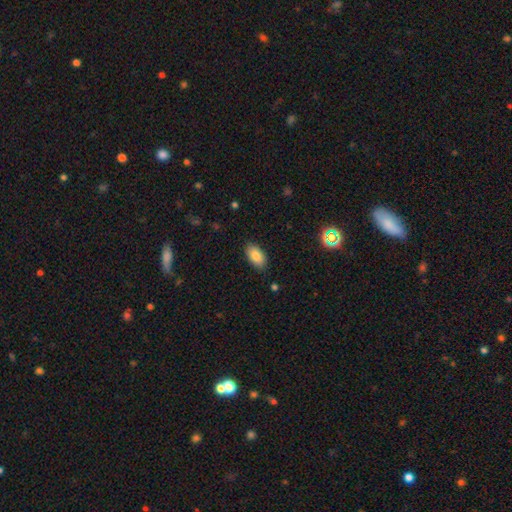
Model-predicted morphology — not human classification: Q: Smooth or featured?
A: smooth (84%); runner-up: star or artifact (8%)
Q: How rounded?
A: in between (94%); runner-up: round (4%)
Q: Merging?
A: none (87%); runner-up: minor disturbance (10%)